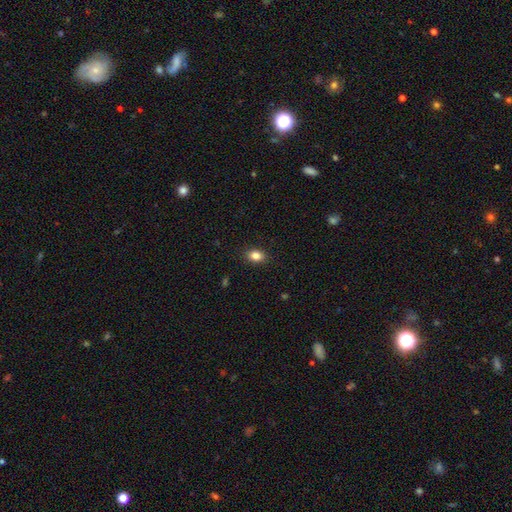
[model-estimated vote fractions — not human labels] smooth 84%, star or artifact 10%, featured or disk 6%. Down the decision tree: how rounded — in between (76%); merging — none (88%).